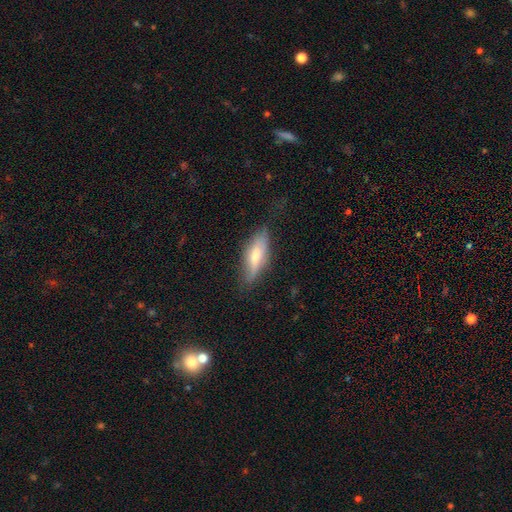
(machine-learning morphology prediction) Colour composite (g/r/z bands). It shows a smooth galaxy with no disk features (52%) that is in between round and cigar-shaped (50%). Merging: none (65%).